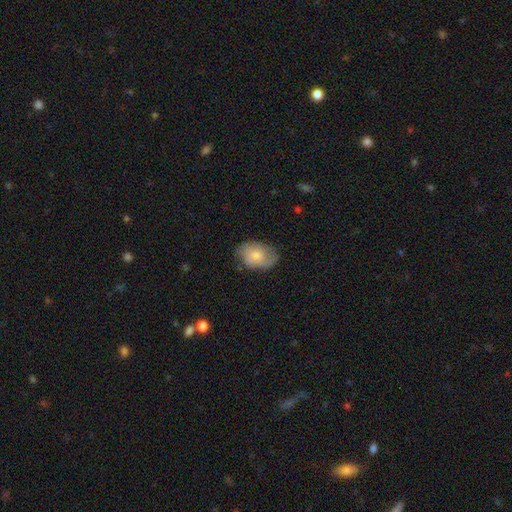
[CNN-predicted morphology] Smooth or featured: smooth — 68% (featured or disk — 26%)
How rounded: in between — 85% (round — 13%)
Merging: none — 69% (minor disturbance — 23%)